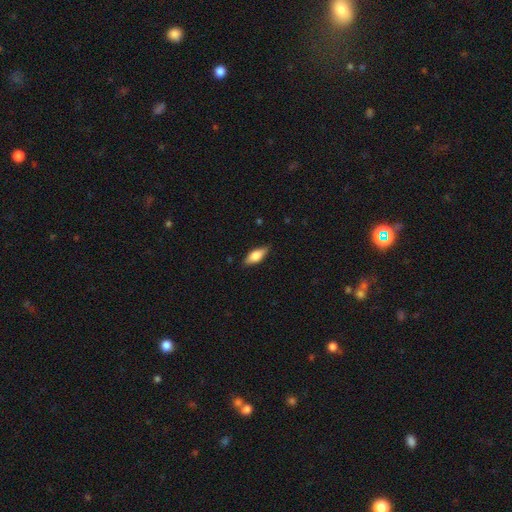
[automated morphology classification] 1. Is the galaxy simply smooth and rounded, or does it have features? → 63% smooth, 30% featured or disk, 7% star or artifact.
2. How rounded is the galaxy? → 75% in between, 21% cigar-shaped, 3% round.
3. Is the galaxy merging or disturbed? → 83% none, 14% minor disturbance, 3% major disturbance, 1% merger.